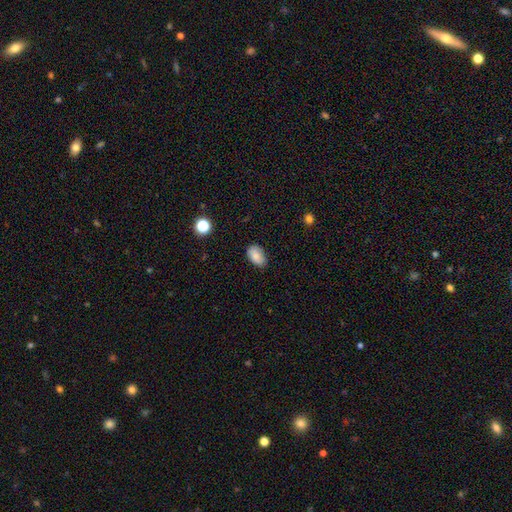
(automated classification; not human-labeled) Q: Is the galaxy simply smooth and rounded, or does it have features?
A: smooth — 84%.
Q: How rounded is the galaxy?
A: in between — 89%.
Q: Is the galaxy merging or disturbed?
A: none — 79%.